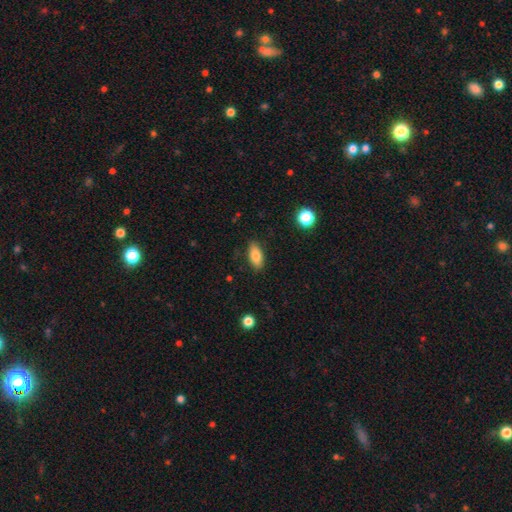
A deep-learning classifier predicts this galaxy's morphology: Smooth or featured? Predicted: smooth (p=0.79). How rounded? Predicted: in between (p=0.83). Merging? Predicted: none (p=0.86).